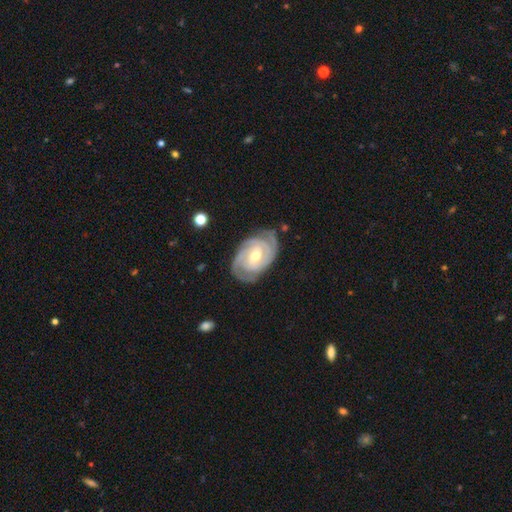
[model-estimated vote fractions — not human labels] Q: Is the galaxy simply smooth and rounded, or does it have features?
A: featured or disk — 91%.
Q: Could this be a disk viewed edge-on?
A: no — 97%.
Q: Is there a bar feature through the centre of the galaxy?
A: weak — 49%.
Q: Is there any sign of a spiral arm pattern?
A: yes — 98%.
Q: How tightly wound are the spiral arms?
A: tight — 74%.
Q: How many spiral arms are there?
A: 2 — 51%.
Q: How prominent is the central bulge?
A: moderate — 63%.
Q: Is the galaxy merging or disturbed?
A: none — 79%.